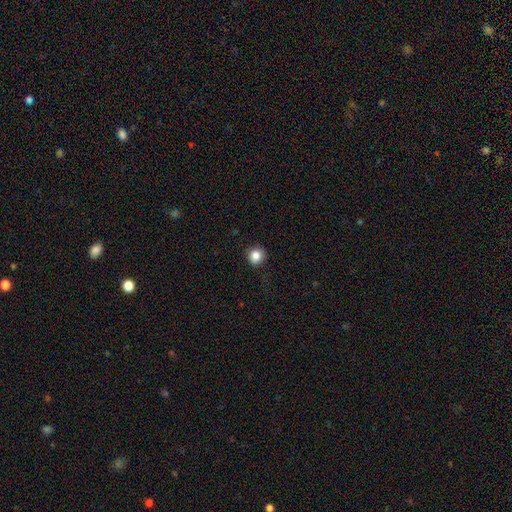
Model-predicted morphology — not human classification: Smooth or featured: smooth — 85% (star or artifact — 10%)
How rounded: round — 91% (in between — 8%)
Merging: none — 88% (minor disturbance — 9%)